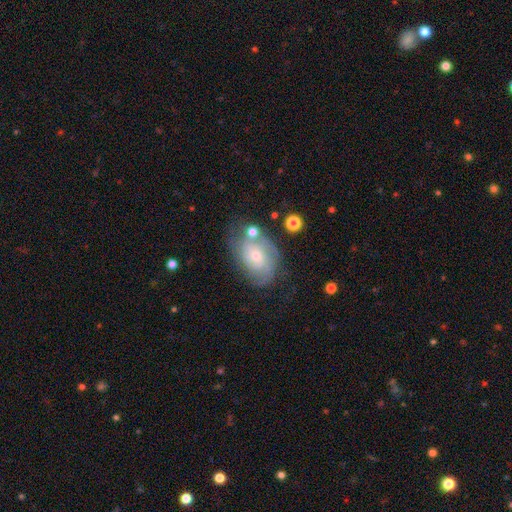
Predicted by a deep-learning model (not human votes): Morphology: type=featured or disk (68%); edge-on=no (96%); bar=no (75%); spiral arms=yes (87%); winding=tight (62%); arm count=can't tell (46%); bulge=small (61%); merging=none (61%).